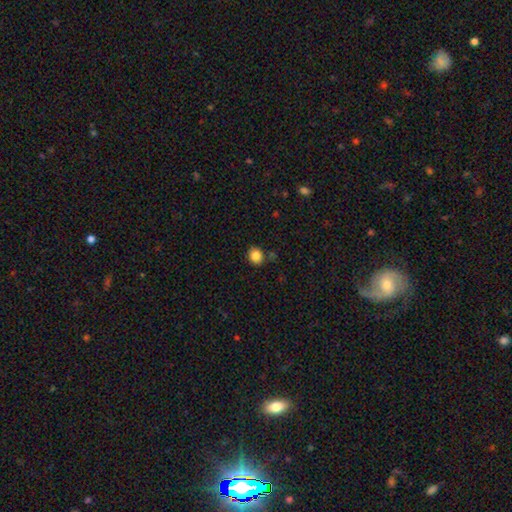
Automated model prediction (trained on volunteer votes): Overall: smooth (83%). How rounded: round (76%). Merging: none (84%).